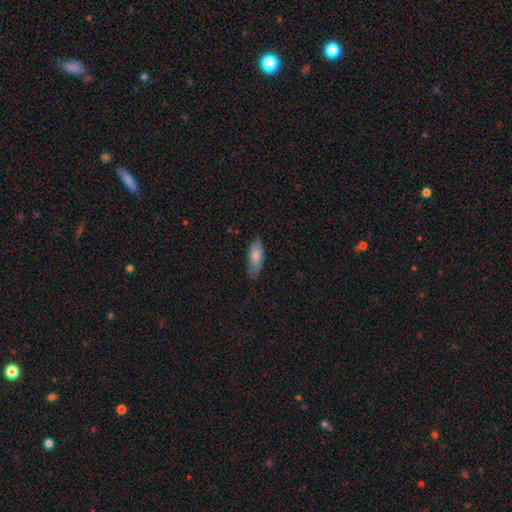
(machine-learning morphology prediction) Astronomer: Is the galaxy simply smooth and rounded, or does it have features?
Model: smooth — 79%.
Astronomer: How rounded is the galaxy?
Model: in between — 78%.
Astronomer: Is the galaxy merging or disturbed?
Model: none — 68%.